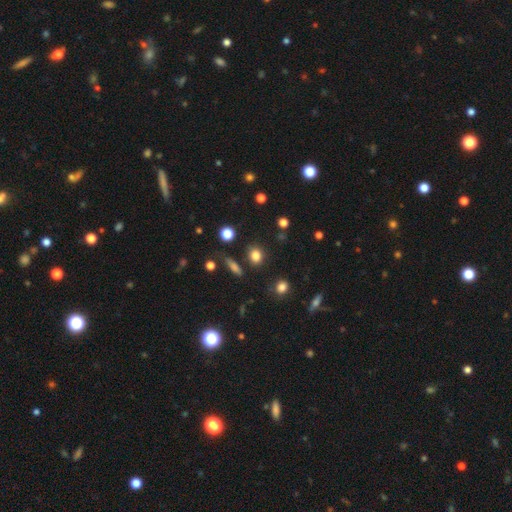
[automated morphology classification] type=smooth (81%); roundness=round (60%); merging=none (82%).